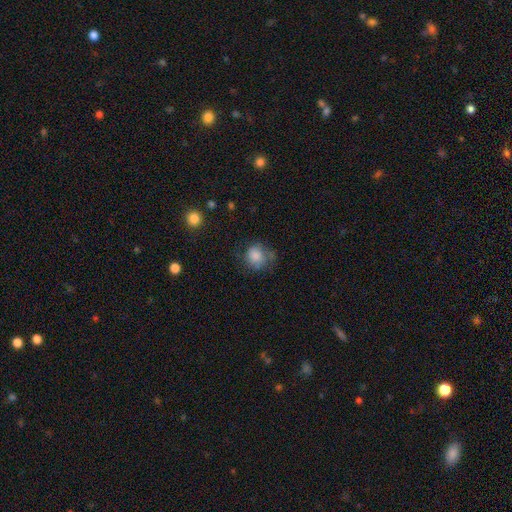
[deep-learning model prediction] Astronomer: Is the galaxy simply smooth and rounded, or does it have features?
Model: smooth — 79%.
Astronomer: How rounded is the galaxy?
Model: round — 75%.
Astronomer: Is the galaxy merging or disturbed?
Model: none — 55%.